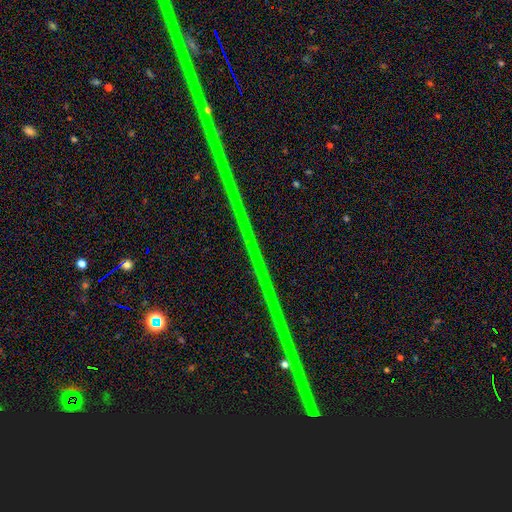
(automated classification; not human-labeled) A star or artifact, not a galaxy (87%).

Vote fractions:
- Smooth or featured? star or artifact: 87% / featured or disk: 9% / smooth: 5%